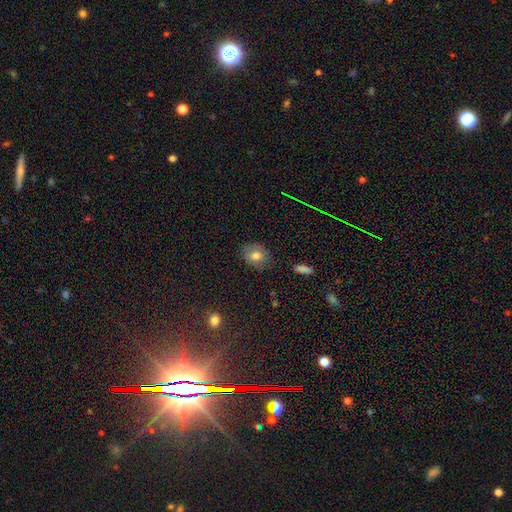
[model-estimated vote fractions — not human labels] smooth-or-featured: smooth: 74% | featured or disk: 15% | star or artifact: 11%
  how-rounded: in between: 50% | round: 49% | cigar-shaped: 1%
  merging: none: 77% | minor disturbance: 17% | major disturbance: 4% | merger: 2%